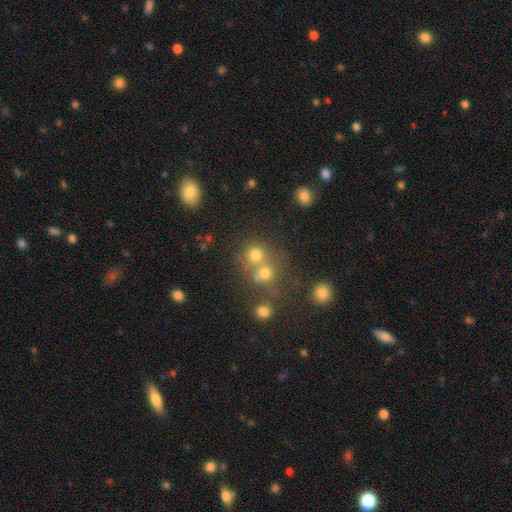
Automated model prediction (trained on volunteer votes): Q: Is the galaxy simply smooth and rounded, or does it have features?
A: smooth — 62%.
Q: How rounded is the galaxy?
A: round — 83%.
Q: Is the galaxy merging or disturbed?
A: none — 47%.